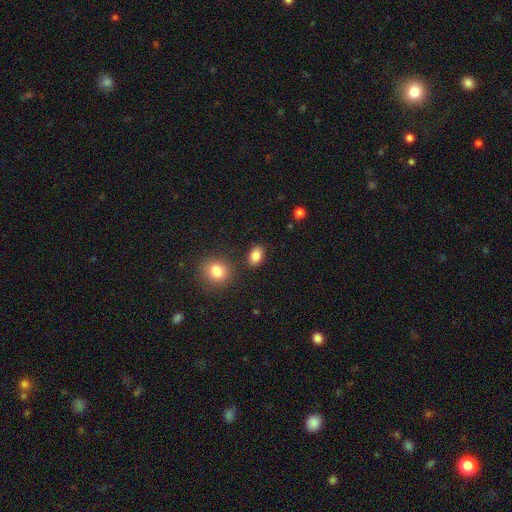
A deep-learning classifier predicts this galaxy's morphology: A smooth galaxy with no disk features (85%) that is in between round and cigar-shaped (81%). Merging: none (83%).